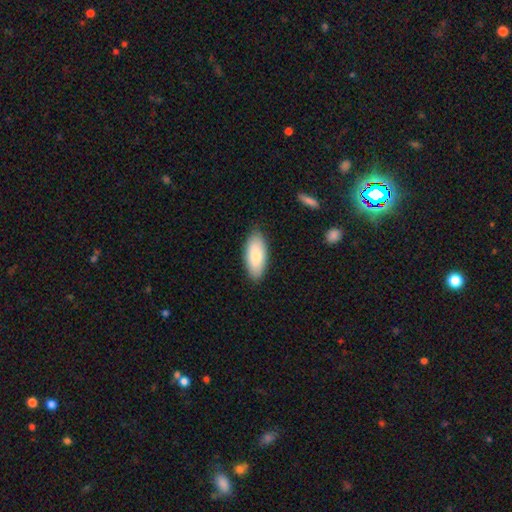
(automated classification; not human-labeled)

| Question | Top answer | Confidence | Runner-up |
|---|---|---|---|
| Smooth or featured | smooth | 84% | featured or disk (11%) |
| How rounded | in between | 87% | cigar-shaped (11%) |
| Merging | none | 86% | minor disturbance (11%) |